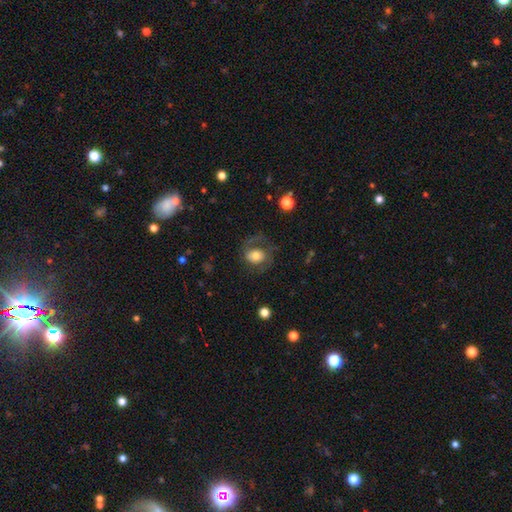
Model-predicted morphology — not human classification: Smooth or featured? Predicted: smooth (p=0.48). Merging? Predicted: none (p=0.53).